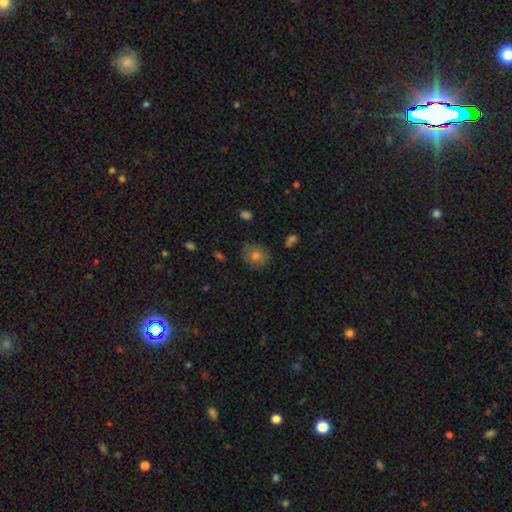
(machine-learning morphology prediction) smooth_or_featured: smooth (p=0.77) [alt: star or artifact p=0.12]
how_rounded: round (p=0.76) [alt: in between p=0.23]
merging: none (p=0.80) [alt: minor disturbance p=0.15]